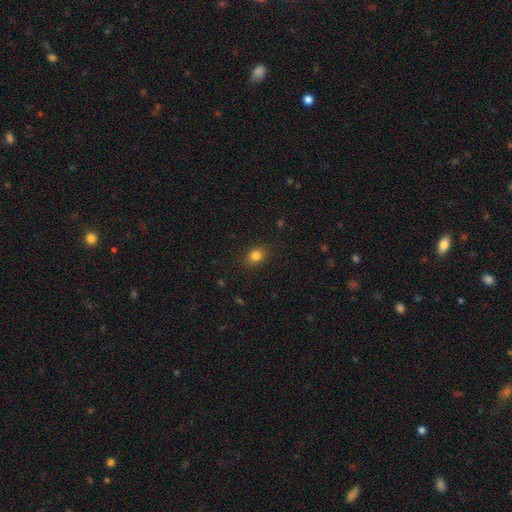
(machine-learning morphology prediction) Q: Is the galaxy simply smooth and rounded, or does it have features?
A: smooth — 83%.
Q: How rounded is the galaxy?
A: in between — 52%.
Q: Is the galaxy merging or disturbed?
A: none — 87%.